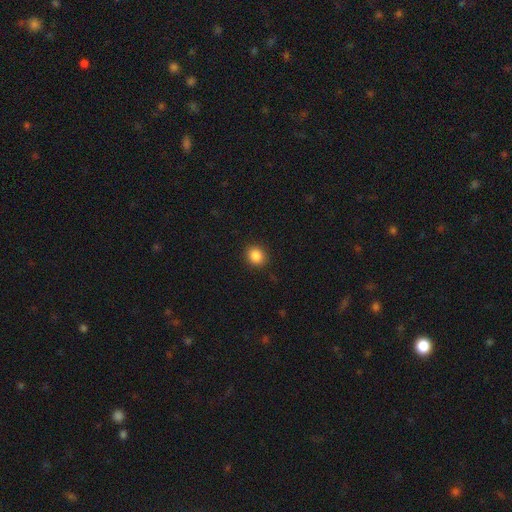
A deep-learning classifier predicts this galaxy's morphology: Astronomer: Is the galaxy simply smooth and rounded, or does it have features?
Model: smooth — 87%.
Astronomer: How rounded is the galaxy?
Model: round — 79%.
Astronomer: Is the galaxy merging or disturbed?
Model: none — 90%.